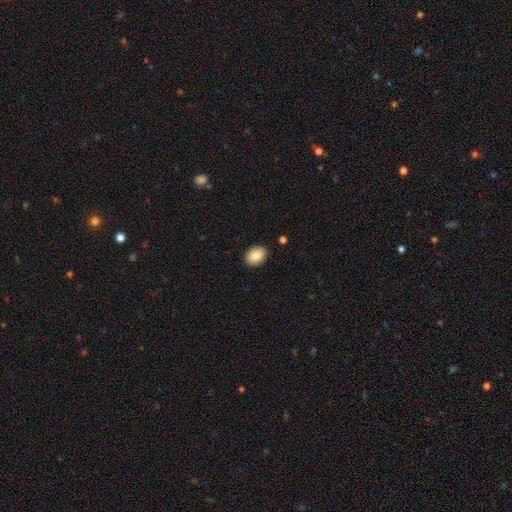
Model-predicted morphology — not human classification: Smooth or featured: smooth — 86% (star or artifact — 7%)
How rounded: in between — 76% (round — 23%)
Merging: none — 90% (minor disturbance — 7%)